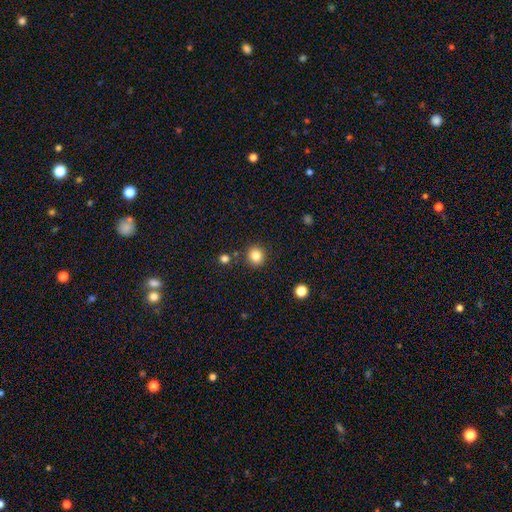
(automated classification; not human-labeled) This appears to be a smooth galaxy with no disk features (84%) that is round (90%). Merging: none (87%).